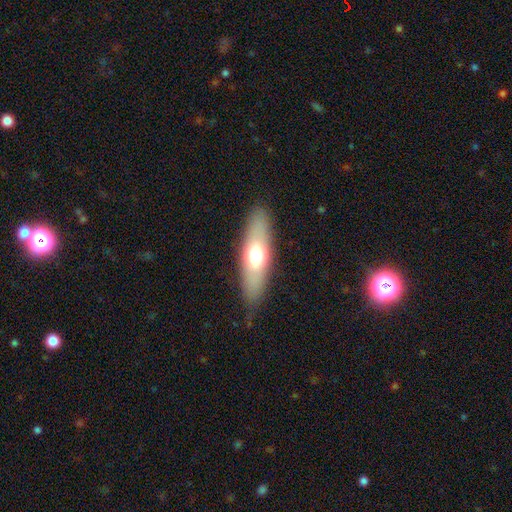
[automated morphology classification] smooth 61%, featured or disk 32%, star or artifact 7%. Down the decision tree: how rounded — in between (53%); merging — none (84%).